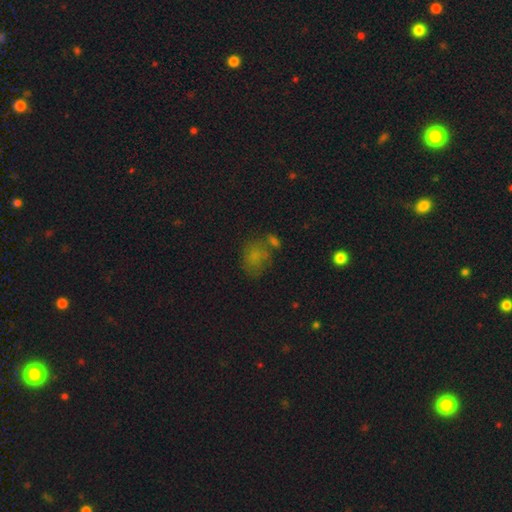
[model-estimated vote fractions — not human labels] Smooth or featured? smooth (64%)
How rounded? in between (57%)
Merging? none (47%)